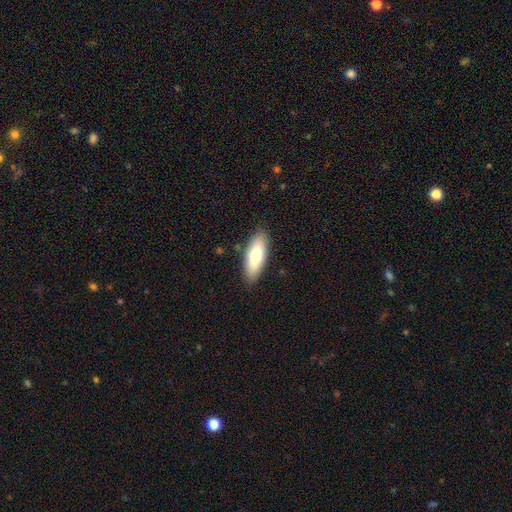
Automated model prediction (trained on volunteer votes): This is likely a smooth galaxy (76%). How rounded: likely in between (69%). Merging: clearly none (87%).